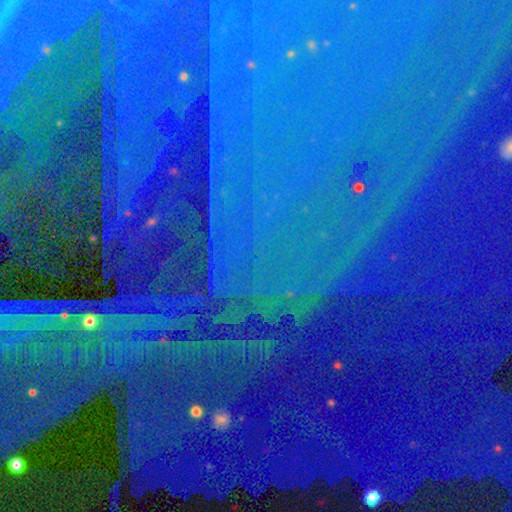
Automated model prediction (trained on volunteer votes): Overall: star or artifact (89%).